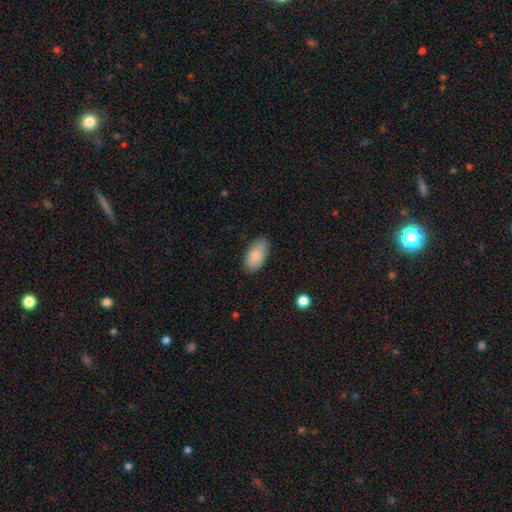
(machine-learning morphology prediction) This is clearly a smooth galaxy (87%). How rounded: clearly in between (94%). Merging: clearly none (82%).